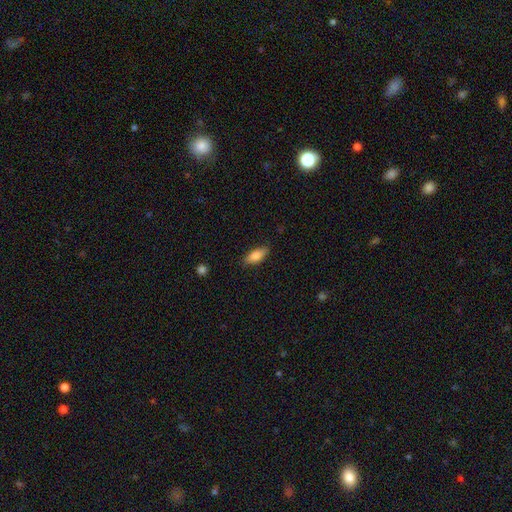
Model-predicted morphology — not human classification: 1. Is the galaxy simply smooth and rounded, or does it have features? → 82% smooth, 12% featured or disk, 7% star or artifact.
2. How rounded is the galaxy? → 76% in between, 22% cigar-shaped, 2% round.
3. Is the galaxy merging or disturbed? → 83% none, 13% minor disturbance, 3% major disturbance, 1% merger.